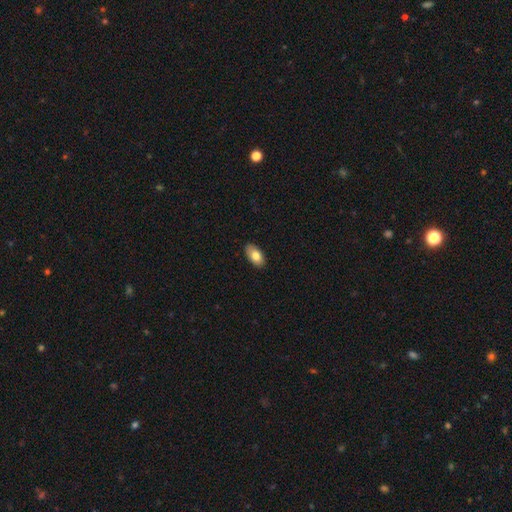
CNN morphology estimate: Smooth or featured? Predicted: smooth (p=0.80). How rounded? Predicted: in between (p=0.94). Merging? Predicted: none (p=0.88).